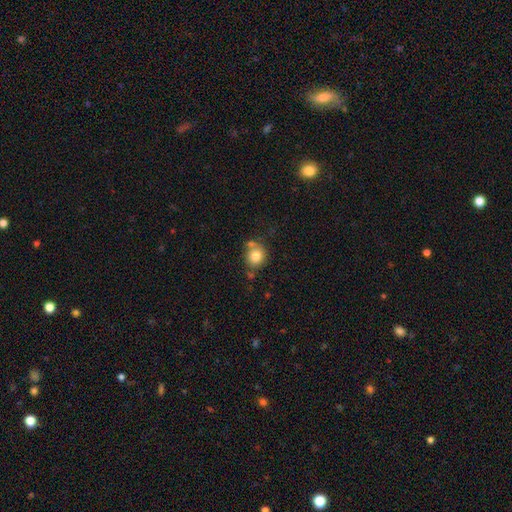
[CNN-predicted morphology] This appears to be a smooth galaxy with no disk features (81%) that is round (81%). Merging: none (59%).